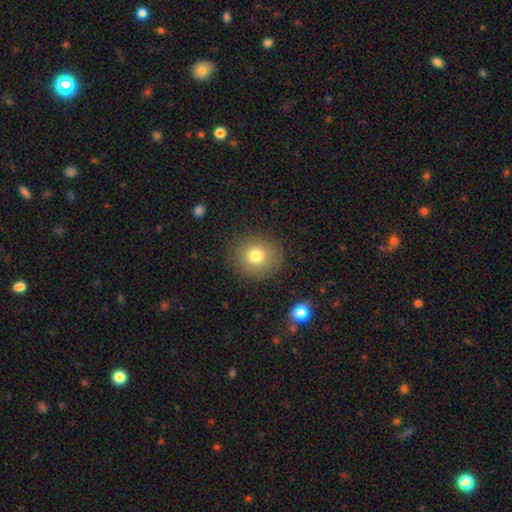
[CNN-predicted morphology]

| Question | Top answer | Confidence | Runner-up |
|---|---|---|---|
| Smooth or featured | smooth | 77% | star or artifact (13%) |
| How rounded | round | 89% | in between (11%) |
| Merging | none | 87% | minor disturbance (8%) |